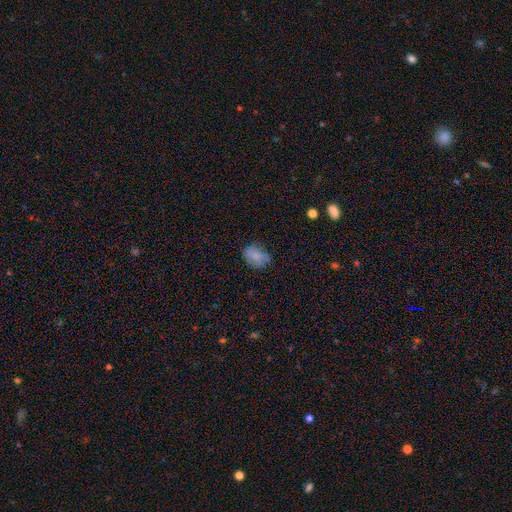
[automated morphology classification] The model was most divided on "how rounded": in between: 69%, round: 30%, cigar-shaped: 1%. More confident: smooth or featured — smooth (76%); merging — none (65%).